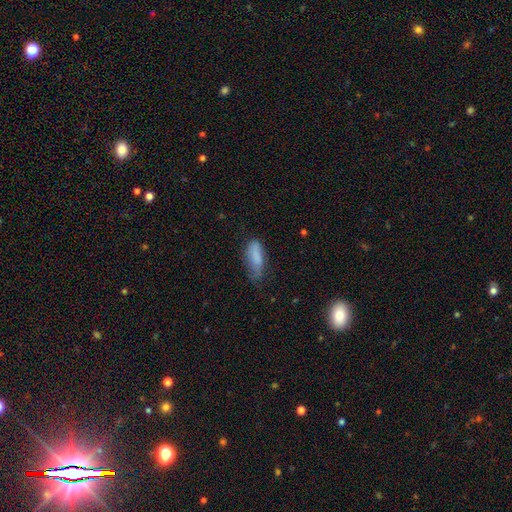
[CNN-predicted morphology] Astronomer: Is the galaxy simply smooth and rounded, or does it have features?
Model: smooth — 81%.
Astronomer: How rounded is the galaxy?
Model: in between — 67%.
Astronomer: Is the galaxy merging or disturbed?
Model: none — 48% (runner-up: minor disturbance, 37%).